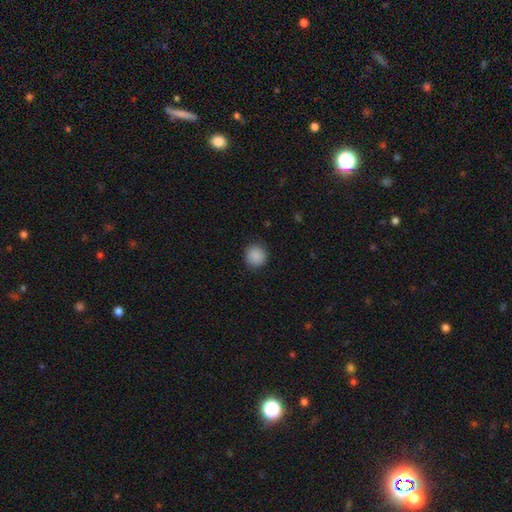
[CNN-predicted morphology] Smooth or featured: smooth — 88% (star or artifact — 9%)
How rounded: round — 93% (in between — 6%)
Merging: none — 90% (minor disturbance — 7%)